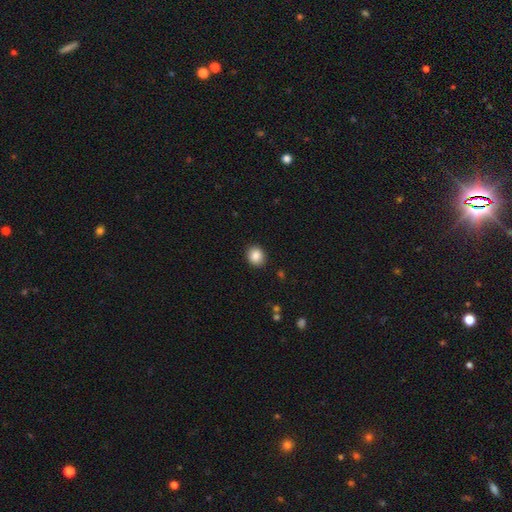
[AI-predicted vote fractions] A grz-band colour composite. It shows a smooth galaxy with no disk features (87%) that is round (70%). Merging: none (90%).